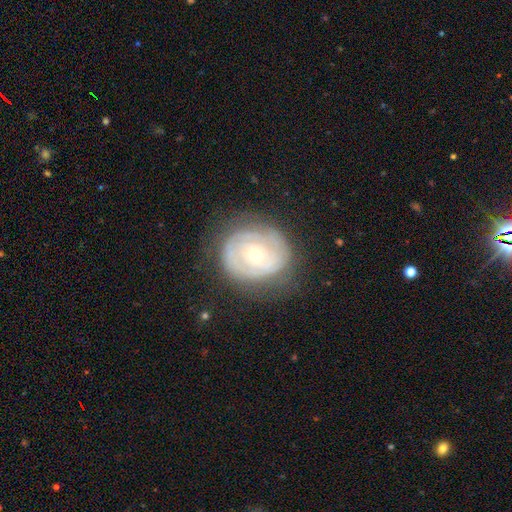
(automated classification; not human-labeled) This appears to be a featured or disk galaxy (69%) with no bar (79%), spiral arms (66%) and a small central bulge (62%). Merging: none (69%).